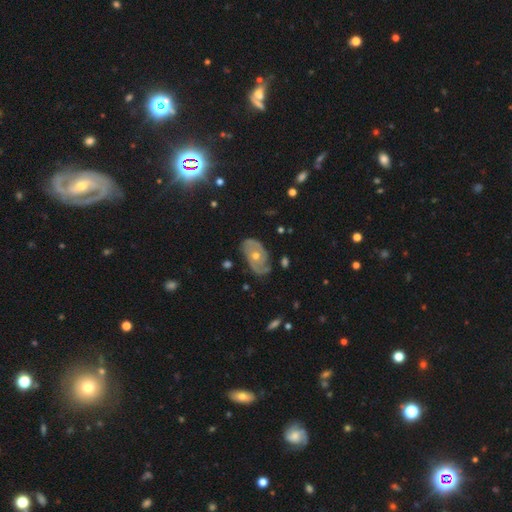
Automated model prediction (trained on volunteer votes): Smooth or featured? featured or disk (75%)
Edge-on disk? no (95%)
Bar? no (79%)
Spiral arms? yes (86%)
Spiral winding? tight (57%)
Spiral arm count? 2 (53%)
Bulge size? moderate (58%)
Merging? none (75%)